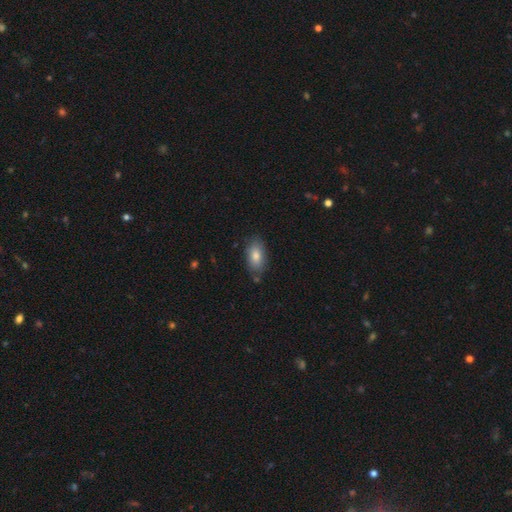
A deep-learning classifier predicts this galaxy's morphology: smooth 80%, featured or disk 12%, star or artifact 8%. Down the decision tree: how rounded — in between (91%); merging — none (78%).